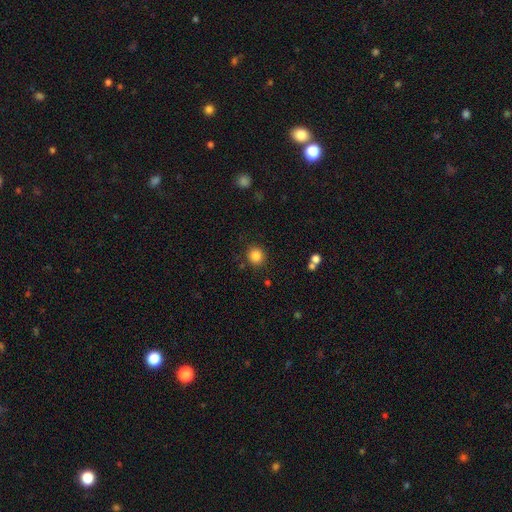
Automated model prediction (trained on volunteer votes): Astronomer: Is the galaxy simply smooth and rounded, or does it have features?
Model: smooth — 85%.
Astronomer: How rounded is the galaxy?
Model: round — 88%.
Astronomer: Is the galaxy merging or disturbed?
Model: none — 88%.